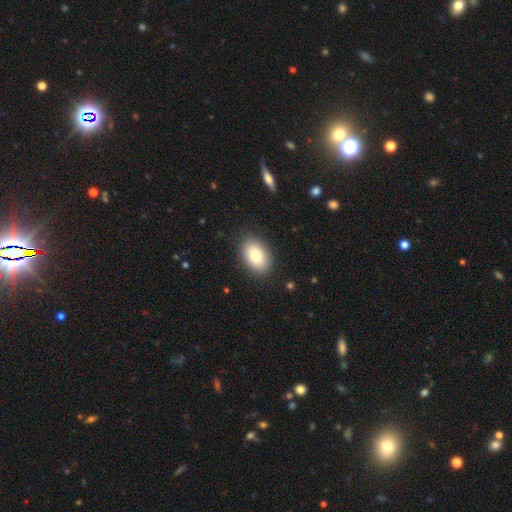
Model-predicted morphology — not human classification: This is clearly a smooth galaxy (83%). How rounded: clearly in between (87%). Merging: clearly none (87%).